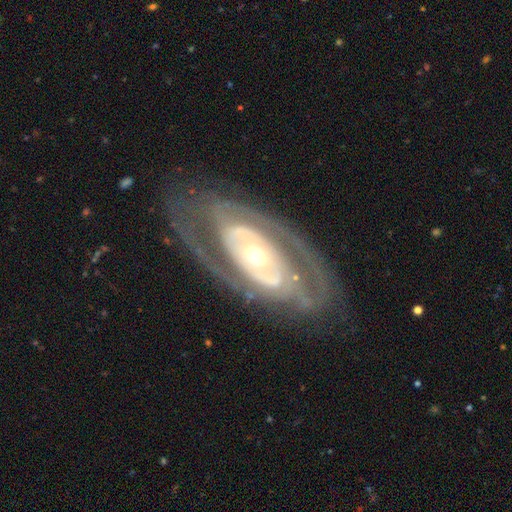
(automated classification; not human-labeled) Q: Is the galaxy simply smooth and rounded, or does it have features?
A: featured or disk — 86%.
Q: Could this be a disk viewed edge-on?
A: no — 92%.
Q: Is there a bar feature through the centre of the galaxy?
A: no — 64%.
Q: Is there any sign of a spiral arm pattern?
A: yes — 76%.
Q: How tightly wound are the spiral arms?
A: tight — 55%.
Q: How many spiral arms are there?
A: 2 — 63%.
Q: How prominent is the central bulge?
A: moderate — 59%.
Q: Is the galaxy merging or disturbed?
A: none — 76%.